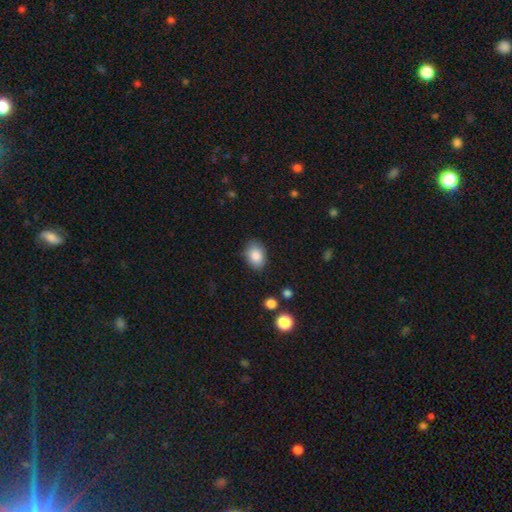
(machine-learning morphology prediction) This appears to be a smooth galaxy with no disk features (85%) that is in between round and cigar-shaped (77%). Merging: none (79%).